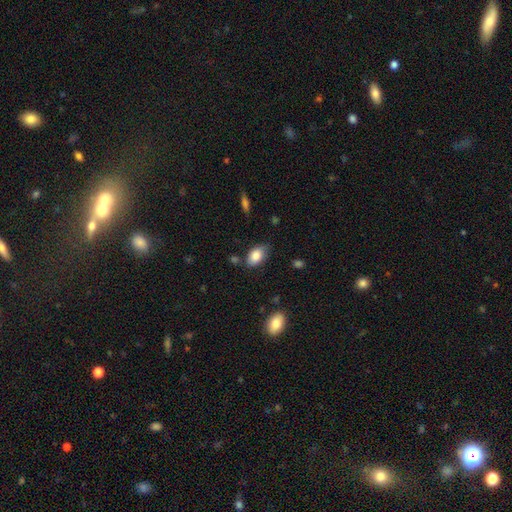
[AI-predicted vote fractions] Smooth or featured? Predicted: smooth (p=0.83). How rounded? Predicted: in between (p=0.91). Merging? Predicted: none (p=0.70).